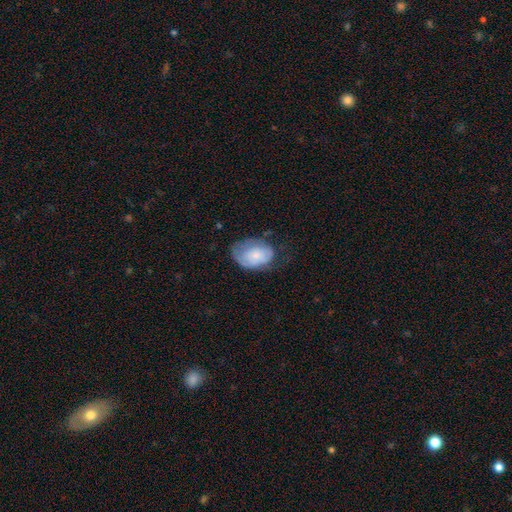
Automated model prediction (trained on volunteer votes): Smooth or featured?
  - smooth: 60% *
  - featured or disk: 33%
  - star or artifact: 7%
How rounded?
  - in between: 84% *
  - round: 15%
  - cigar-shaped: 1%
Merging?
  - none: 41% *
  - minor disturbance: 34%
  - major disturbance: 23%
  - merger: 2%